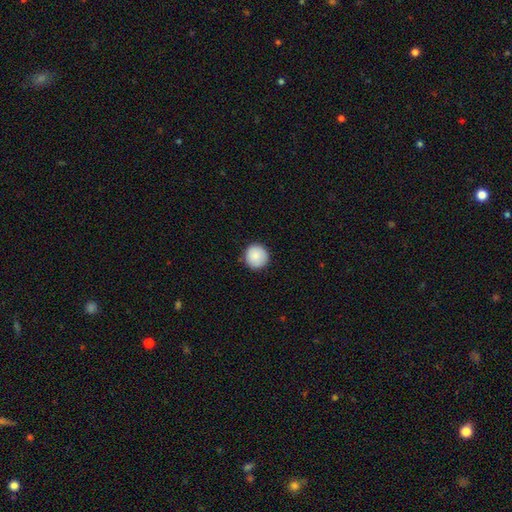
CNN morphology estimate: Smooth or featured? smooth (88%)
How rounded? round (95%)
Merging? none (90%)